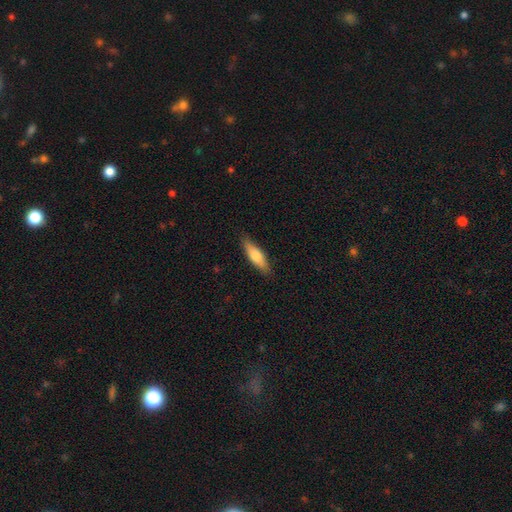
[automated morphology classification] Smooth or featured?
  - smooth: 69% *
  - featured or disk: 26%
  - star or artifact: 6%
How rounded?
  - cigar-shaped: 58% *
  - in between: 40%
  - round: 2%
Merging?
  - none: 86% *
  - minor disturbance: 11%
  - major disturbance: 2%
  - merger: 1%